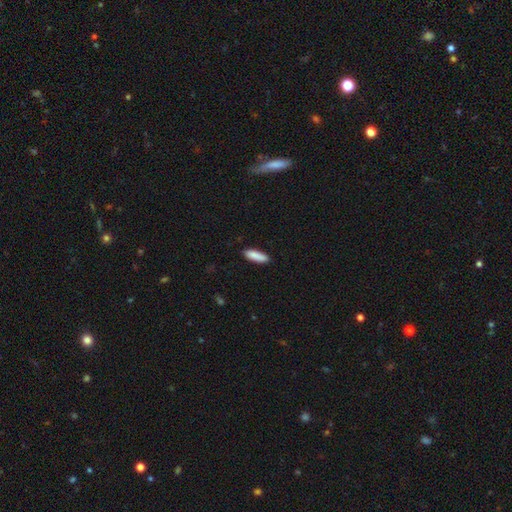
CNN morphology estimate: smooth_or_featured: smooth (p=0.89) [alt: star or artifact p=0.06]
how_rounded: in between (p=0.51) [alt: cigar-shaped p=0.48]
merging: none (p=0.87) [alt: minor disturbance p=0.10]